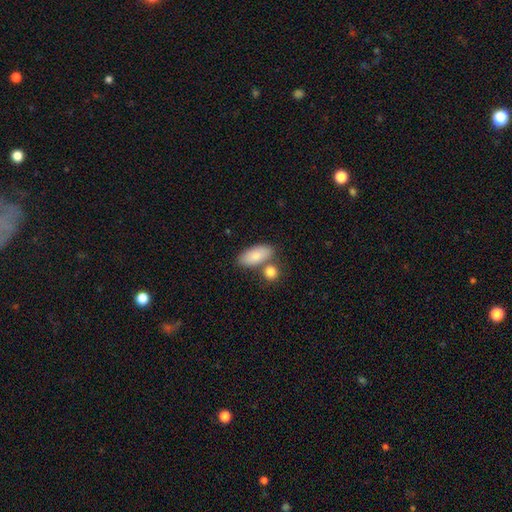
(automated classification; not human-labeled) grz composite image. It shows a smooth galaxy with no disk features (84%) that is in between round and cigar-shaped (88%). Merging: none (62%).